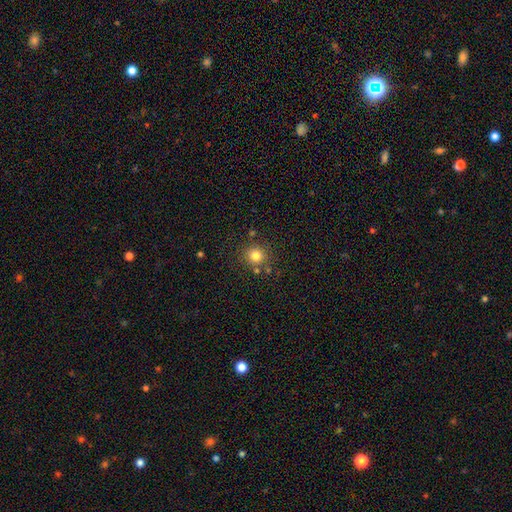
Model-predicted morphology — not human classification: Smooth or featured?
  - smooth: 80% *
  - star or artifact: 13%
  - featured or disk: 7%
How rounded?
  - round: 91% *
  - in between: 8%
  - cigar-shaped: 1%
Merging?
  - none: 80% *
  - minor disturbance: 9%
  - merger: 7%
  - major disturbance: 3%